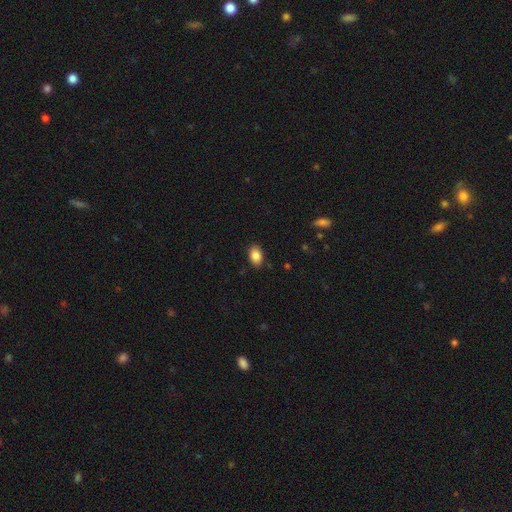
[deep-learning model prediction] Smooth or featured?
  - smooth: 86% *
  - star or artifact: 8%
  - featured or disk: 6%
How rounded?
  - in between: 89% *
  - round: 10%
  - cigar-shaped: 1%
Merging?
  - none: 88% *
  - minor disturbance: 9%
  - major disturbance: 2%
  - merger: 1%